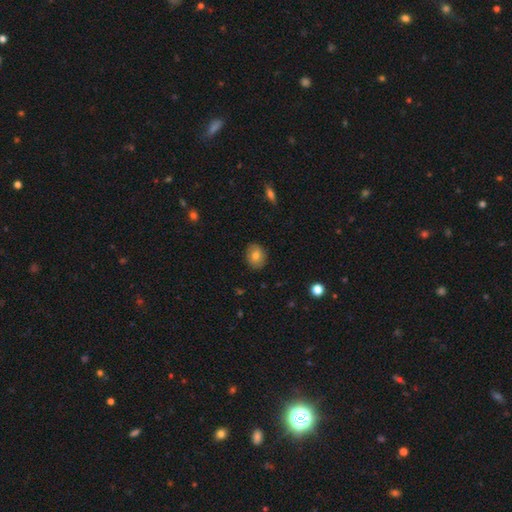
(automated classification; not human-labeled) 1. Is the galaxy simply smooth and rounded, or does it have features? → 76% smooth, 15% featured or disk, 9% star or artifact.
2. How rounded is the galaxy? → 55% round, 44% in between, 1% cigar-shaped.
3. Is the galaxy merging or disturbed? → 88% none, 9% minor disturbance, 2% major disturbance, 1% merger.